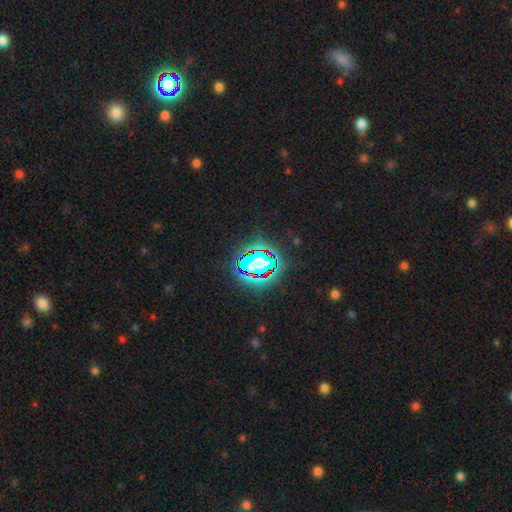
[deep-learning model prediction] A star or artifact, not a galaxy (78%).

Vote fractions:
- Smooth or featured? star or artifact: 78% / smooth: 14% / featured or disk: 9%